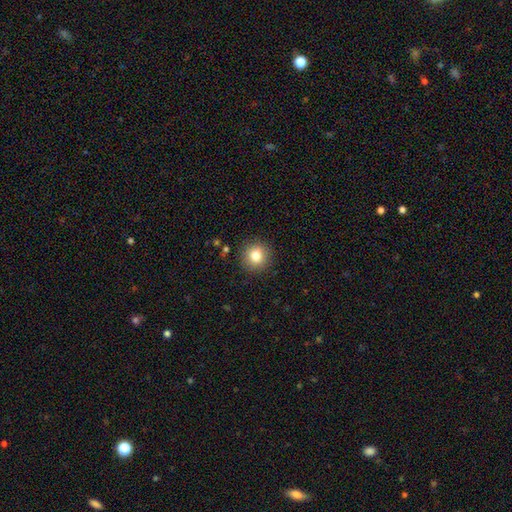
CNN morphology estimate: Q: Smooth or featured?
A: smooth (81%); runner-up: star or artifact (11%)
Q: How rounded?
A: round (92%); runner-up: in between (7%)
Q: Merging?
A: none (90%); runner-up: minor disturbance (7%)